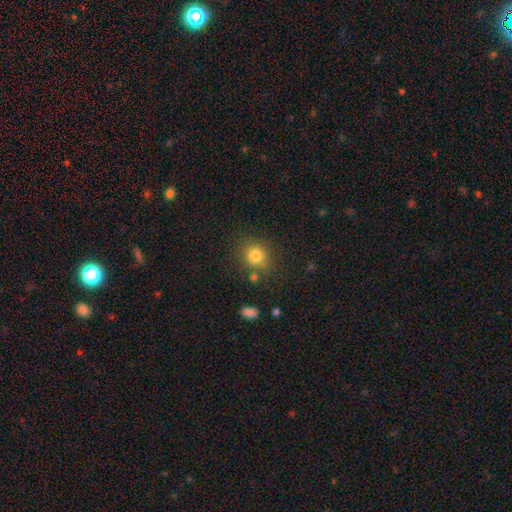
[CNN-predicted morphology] This appears to be a smooth galaxy with no disk features (81%) that is round (78%). Merging: none (77%).